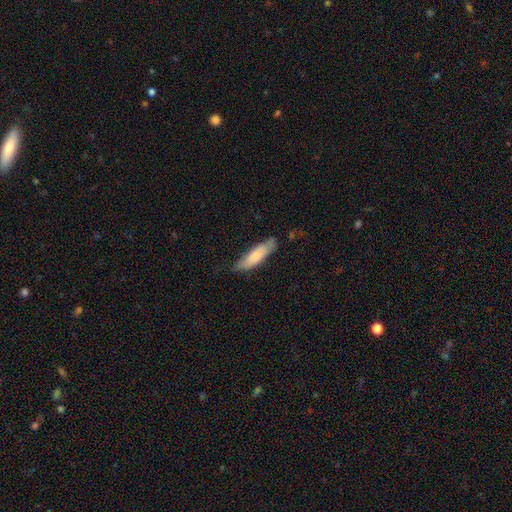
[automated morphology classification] Smooth or featured: smooth — 78% (featured or disk — 17%)
How rounded: cigar-shaped — 67% (in between — 31%)
Merging: none — 72% (minor disturbance — 22%)